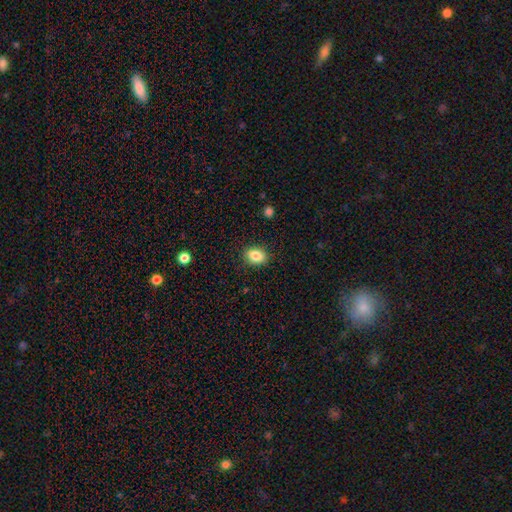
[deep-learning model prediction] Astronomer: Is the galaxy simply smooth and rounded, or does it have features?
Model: smooth — 85%.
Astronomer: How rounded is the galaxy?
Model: in between — 77%.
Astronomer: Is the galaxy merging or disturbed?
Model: none — 88%.